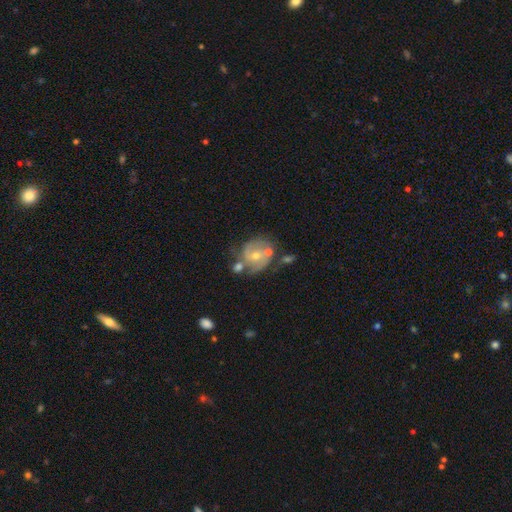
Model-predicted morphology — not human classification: Smooth or featured?
  - featured or disk: 70% *
  - smooth: 23%
  - star or artifact: 7%
Edge-on disk?
  - no: 97% *
  - yes: 3%
Bar?
  - no: 58% *
  - weak: 35%
  - strong: 7%
Spiral arms?
  - yes: 85% *
  - no: 15%
Spiral winding?
  - medium: 46% *
  - tight: 35%
  - loose: 19%
Spiral arm count?
  - 2: 66% *
  - can't tell: 17%
  - 3: 10%
  - 1: 4%
  - 4: 2%
  - more than 4: 2%
Bulge size?
  - small: 48% * (tied)
  - moderate: 48% * (tied)
  - none: 2%
  - large: 2%
  - dominant: 1%
Merging?
  - none: 47% *
  - merger: 23%
  - minor disturbance: 20%
  - major disturbance: 10%